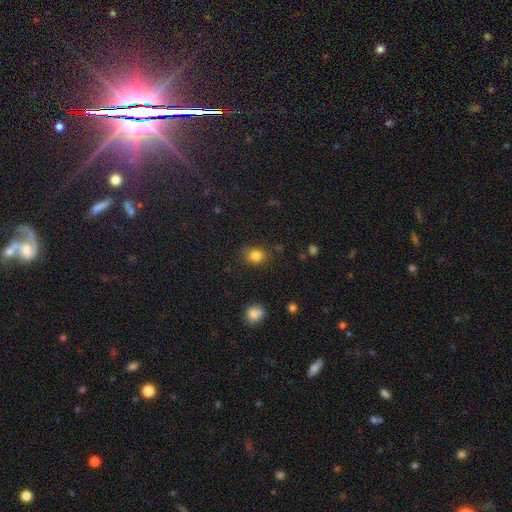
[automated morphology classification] smooth 83%, star or artifact 12%, featured or disk 5%. Down the decision tree: how rounded — round (59%); merging — none (76%).